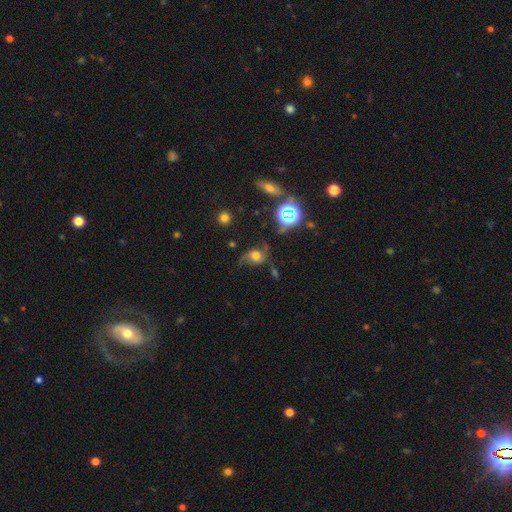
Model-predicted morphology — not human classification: This appears to be a featured or disk galaxy (45%). Merging: none (45%).